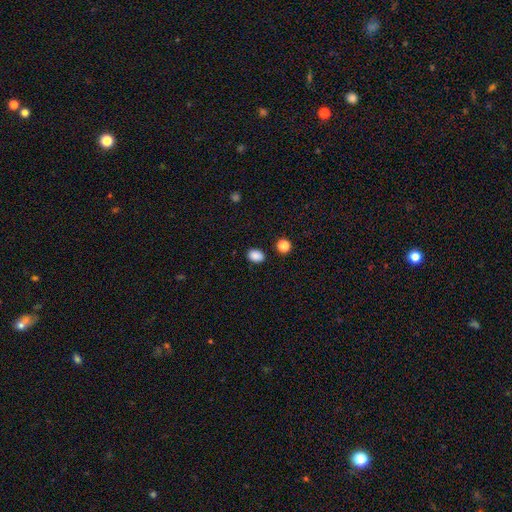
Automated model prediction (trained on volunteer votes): The model was most divided on "how rounded": in between: 73%, round: 26%, cigar-shaped: 1%. More confident: smooth or featured — smooth (87%); merging — none (85%).